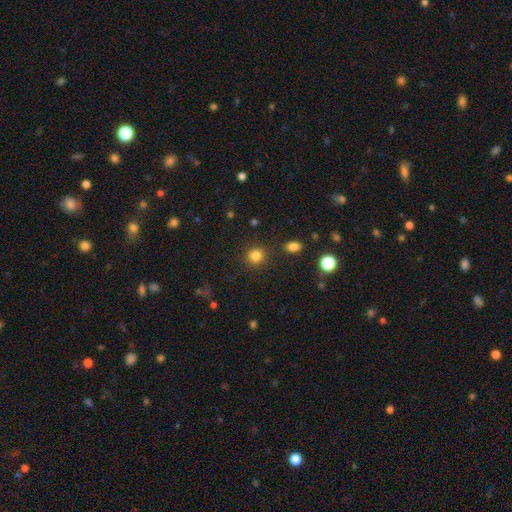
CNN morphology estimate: smooth_or_featured: smooth (p=0.84) [alt: star or artifact p=0.12]
how_rounded: round (p=0.89) [alt: in between p=0.10]
merging: none (p=0.88) [alt: minor disturbance p=0.07]